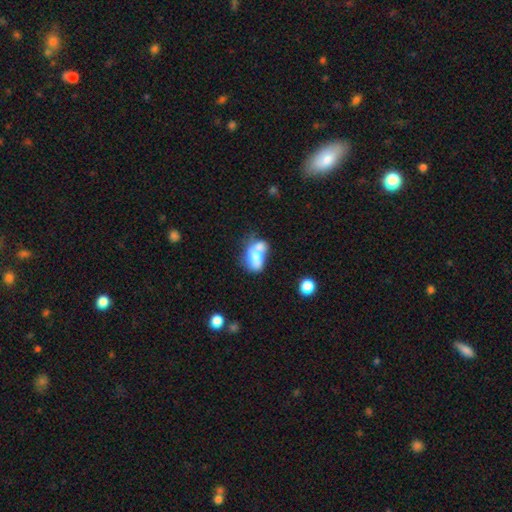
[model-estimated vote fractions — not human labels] Q: Smooth or featured?
A: smooth (68%); runner-up: featured or disk (24%)
Q: How rounded?
A: in between (84%); runner-up: round (13%)
Q: Merging?
A: merger (61%); runner-up: none (18%)